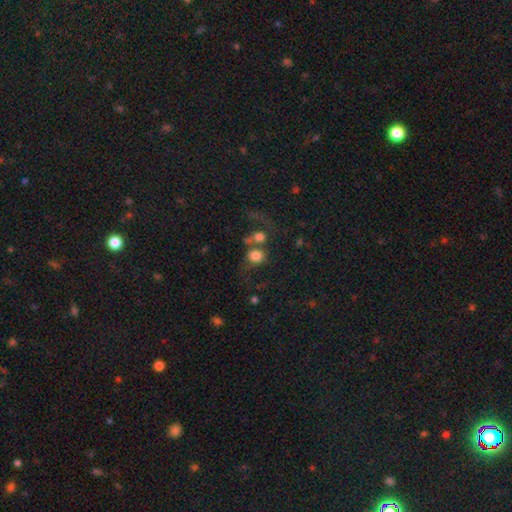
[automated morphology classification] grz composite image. It shows a smooth galaxy with no disk features (75%) that is round (75%). Merging: merger (44%).